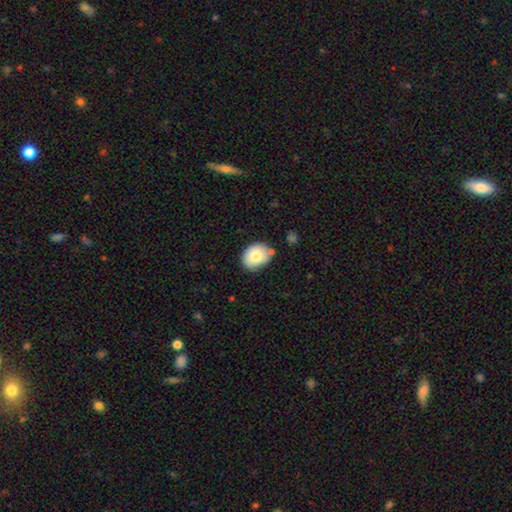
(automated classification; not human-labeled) The model was most divided on "how rounded": in between: 58%, round: 41%, cigar-shaped: 1%. More confident: smooth or featured — smooth (77%); merging — none (72%).